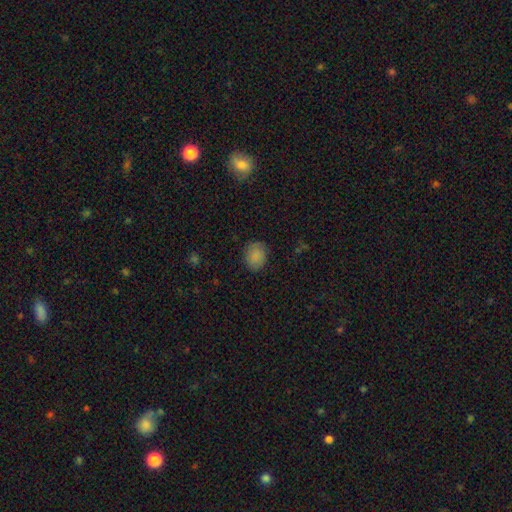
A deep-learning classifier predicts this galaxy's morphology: smooth-or-featured: smooth: 85% | star or artifact: 10% | featured or disk: 5%
  how-rounded: round: 55% | in between: 44% | cigar-shaped: 1%
  merging: none: 82% | minor disturbance: 14% | major disturbance: 3% | merger: 1%